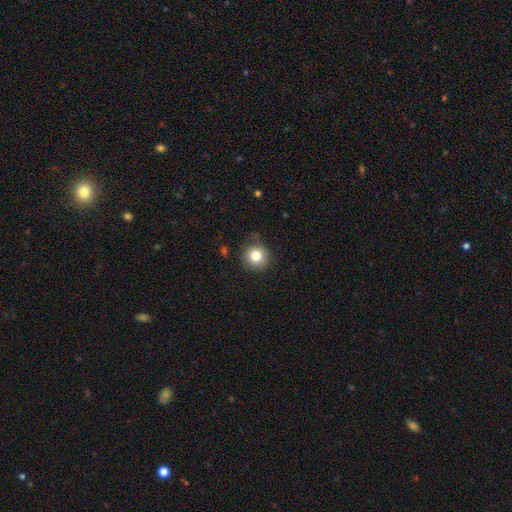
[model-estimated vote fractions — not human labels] Overall: smooth (82%). How rounded: round (93%). Merging: none (83%).